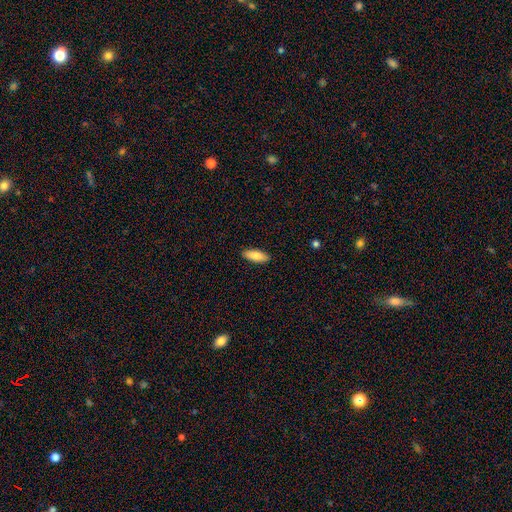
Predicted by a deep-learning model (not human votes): Morphology: type=smooth (85%); roundness=in between (71%); merging=none (90%).